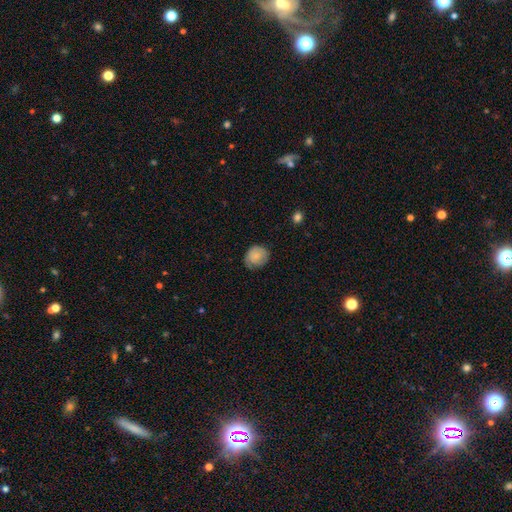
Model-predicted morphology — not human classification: Overall: smooth (76%). How rounded: round (71%). Merging: none (67%).